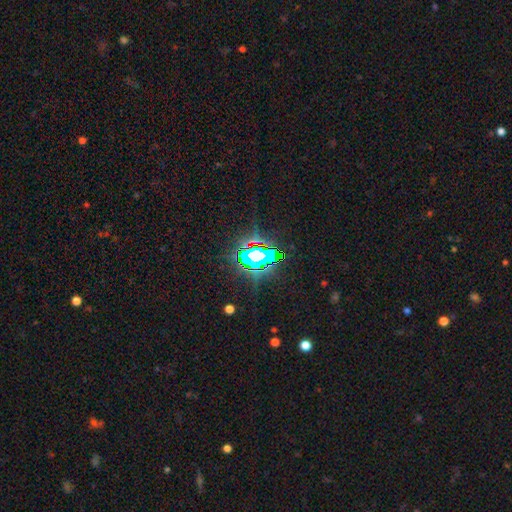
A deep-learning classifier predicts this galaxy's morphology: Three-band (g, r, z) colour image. It shows a star or artifact, not a galaxy (76%).